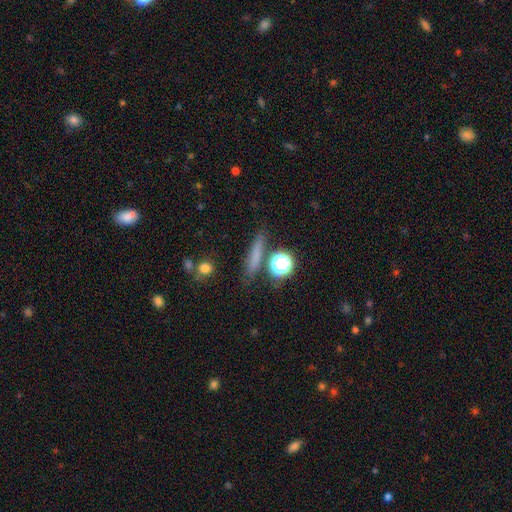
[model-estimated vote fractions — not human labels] smooth_or_featured: smooth (p=0.66) [alt: featured or disk p=0.18]
how_rounded: cigar-shaped (p=0.75) [alt: round p=0.14]
merging: none (p=0.80) [alt: minor disturbance p=0.10]